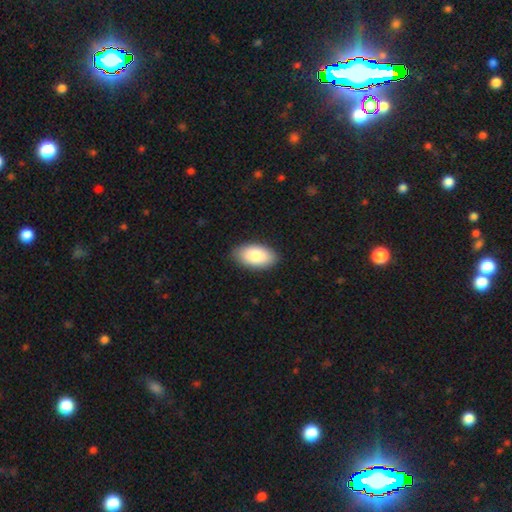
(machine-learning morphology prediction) Q: Smooth or featured?
A: smooth (83%); runner-up: featured or disk (10%)
Q: How rounded?
A: in between (95%); runner-up: round (3%)
Q: Merging?
A: none (87%); runner-up: minor disturbance (10%)